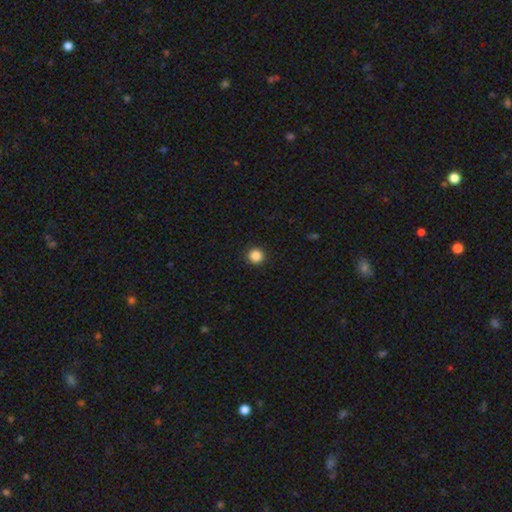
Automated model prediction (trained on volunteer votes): smooth-or-featured: smooth: 86% | star or artifact: 11% | featured or disk: 3%
  how-rounded: round: 96% | in between: 3% | cigar-shaped: 1%
  merging: none: 93% | minor disturbance: 4% | major disturbance: 2% | merger: 1%